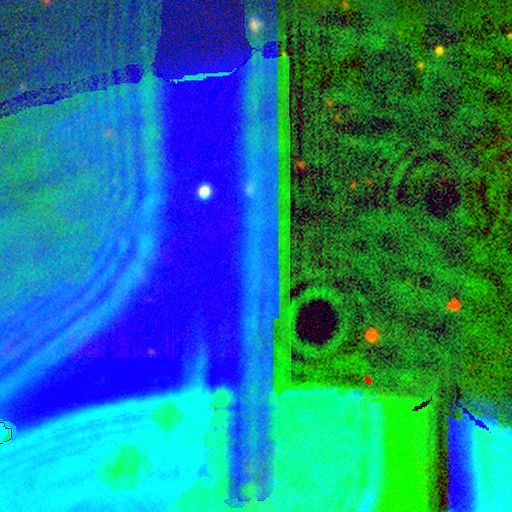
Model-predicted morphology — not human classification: A star or artifact, not a galaxy (84%).